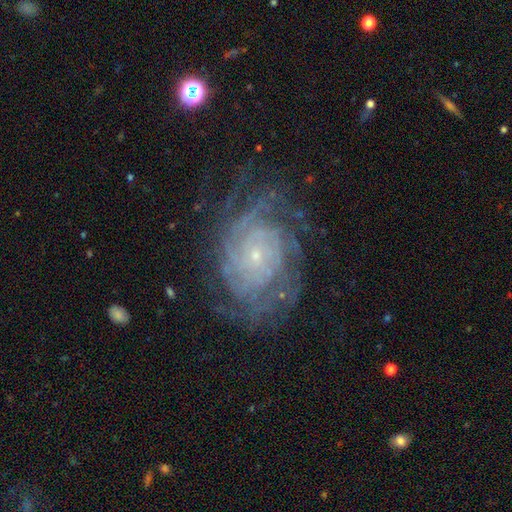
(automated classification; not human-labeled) A featured or disk galaxy (86%) with no bar (80%), tight (76%) spiral arms (97%) and a small central bulge (87%). Merging: none (71%).